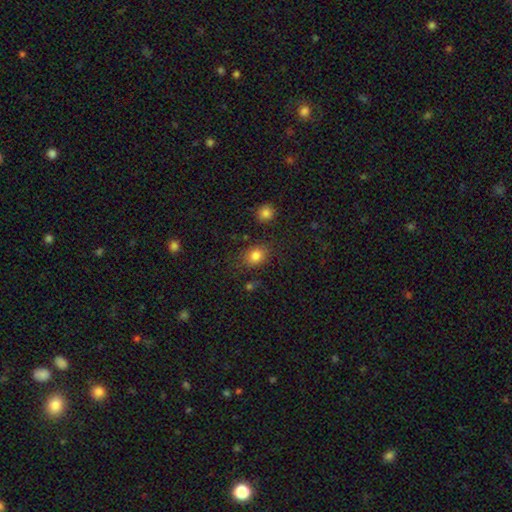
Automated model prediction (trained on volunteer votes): smooth_or_featured: smooth (p=0.82) [alt: star or artifact p=0.11]
how_rounded: in between (p=0.55) [alt: round p=0.44]
merging: none (p=0.78) [alt: minor disturbance p=0.13]